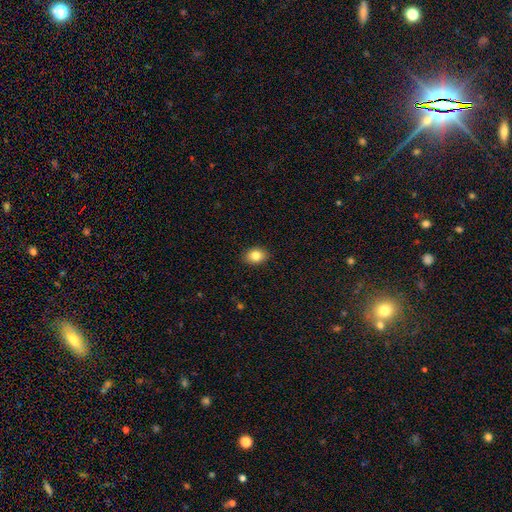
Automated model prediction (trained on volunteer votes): smooth 83%, star or artifact 9%, featured or disk 8%. Down the decision tree: how rounded — in between (63%); merging — none (89%).